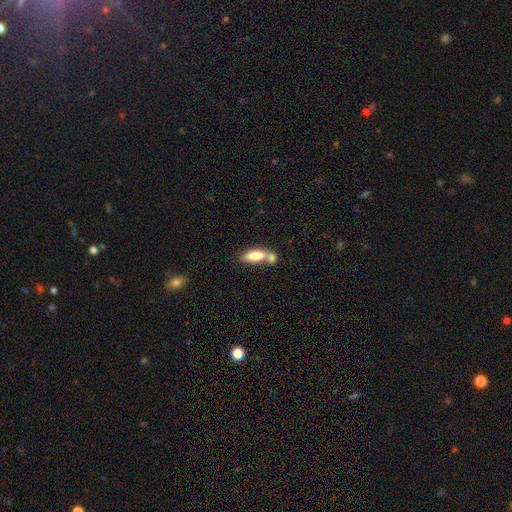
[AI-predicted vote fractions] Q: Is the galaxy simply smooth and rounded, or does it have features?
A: smooth — 77%.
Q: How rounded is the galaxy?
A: in between — 71%.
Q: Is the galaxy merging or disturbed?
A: merger — 52%.